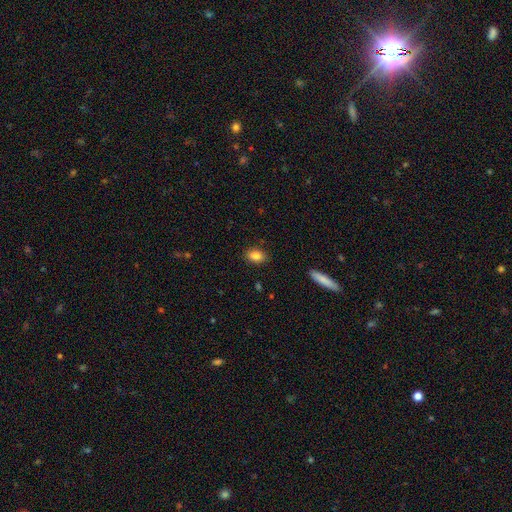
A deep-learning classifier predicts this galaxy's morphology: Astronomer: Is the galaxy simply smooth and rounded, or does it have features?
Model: smooth — 86%.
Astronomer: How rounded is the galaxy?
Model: in between — 83%.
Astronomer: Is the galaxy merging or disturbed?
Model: none — 87%.